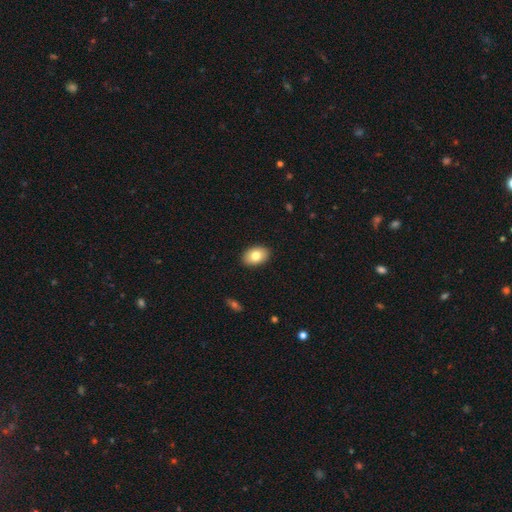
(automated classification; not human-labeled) Q: Smooth or featured?
A: smooth (80%); runner-up: featured or disk (12%)
Q: How rounded?
A: in between (86%); runner-up: round (12%)
Q: Merging?
A: none (90%); runner-up: minor disturbance (7%)